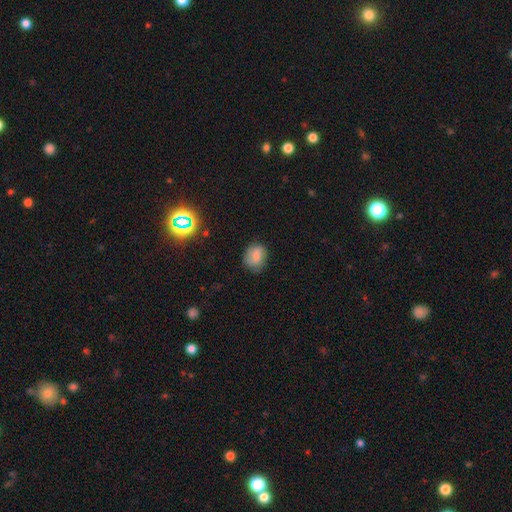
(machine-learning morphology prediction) A smooth galaxy with no disk features (75%) that is round (52%). Merging: none (72%).